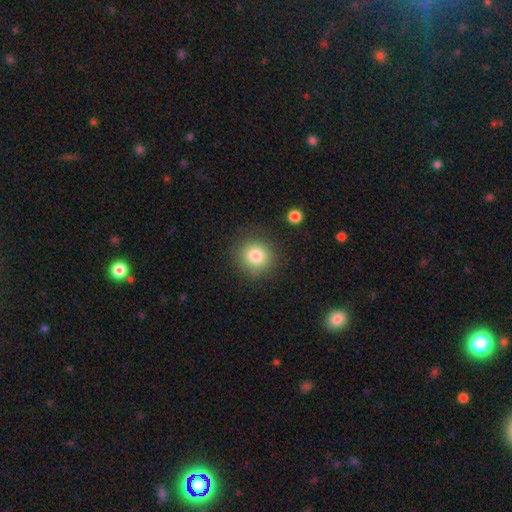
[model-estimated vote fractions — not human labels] smooth 81%, star or artifact 11%, featured or disk 8%. Down the decision tree: how rounded — round (90%); merging — none (85%).